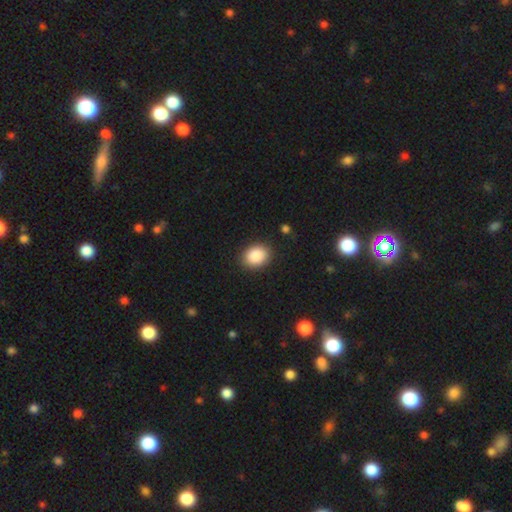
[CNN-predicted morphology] This appears to be a smooth galaxy with no disk features (89%) that is in between round and cigar-shaped (55%). Merging: none (88%).